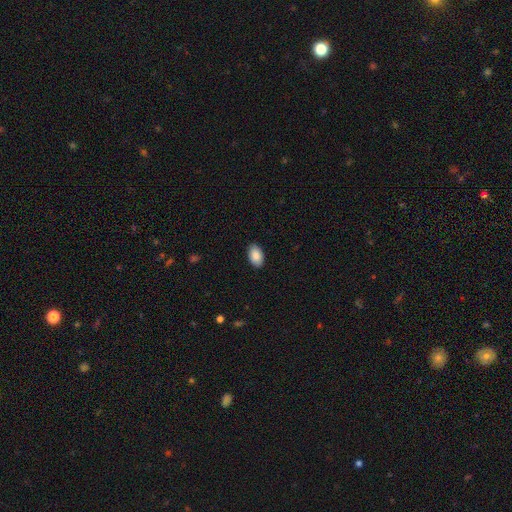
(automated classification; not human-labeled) This appears to be a smooth galaxy with no disk features (89%) that is in between round and cigar-shaped (93%). Merging: none (89%).